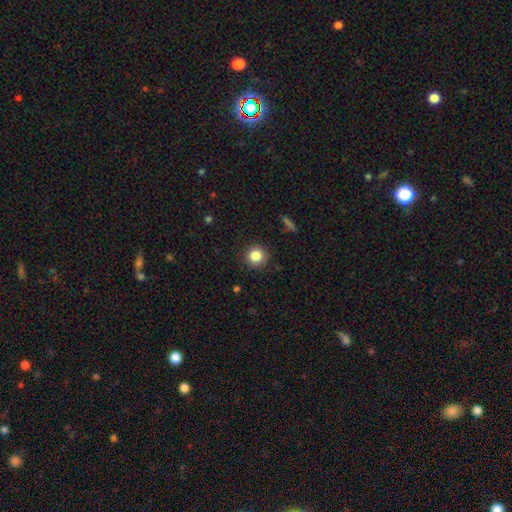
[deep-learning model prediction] smooth-or-featured: smooth: 84% | star or artifact: 11% | featured or disk: 6%
  how-rounded: round: 94% | in between: 5% | cigar-shaped: 1%
  merging: none: 90% | minor disturbance: 7% | major disturbance: 2% | merger: 1%